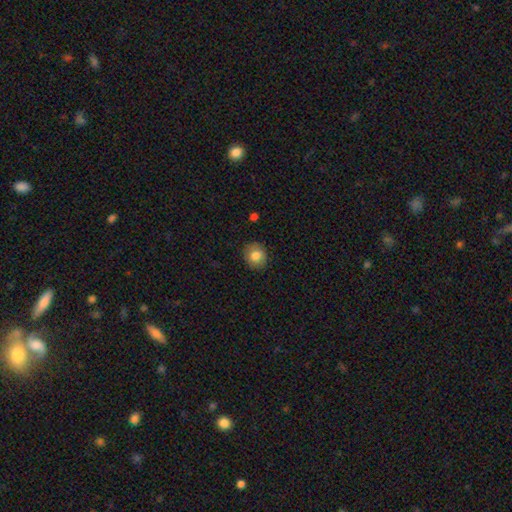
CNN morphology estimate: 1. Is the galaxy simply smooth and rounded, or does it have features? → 82% smooth, 9% featured or disk, 9% star or artifact.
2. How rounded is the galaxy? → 84% round, 16% in between, 1% cigar-shaped.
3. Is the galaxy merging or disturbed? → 87% none, 9% minor disturbance, 2% major disturbance, 1% merger.